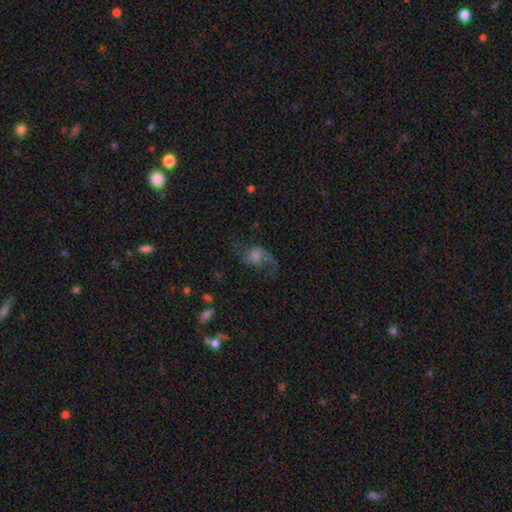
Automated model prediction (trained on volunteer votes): This is likely a featured or disk galaxy (78%). It is clearly not viewed edge-on (96%). Bar: possibly no (59%). Spiral arm pattern: clearly yes (94%). Spiral arm count: clearly 2 (86%). Spiral winding: likely loose (73%). Central bulge: marginally moderate (38%). Merging: likely none (66%).